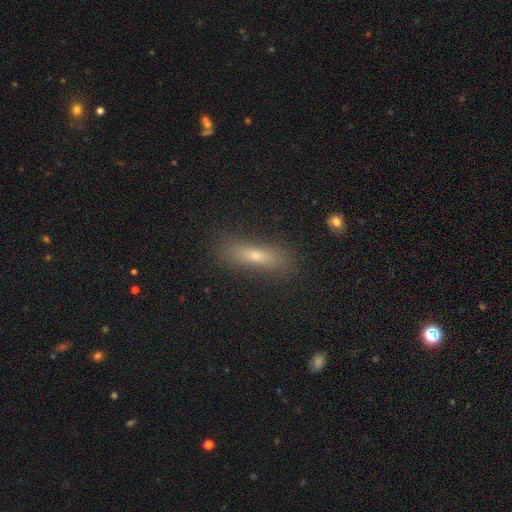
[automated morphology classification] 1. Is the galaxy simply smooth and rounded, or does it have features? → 62% smooth, 27% featured or disk, 11% star or artifact.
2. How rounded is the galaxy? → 74% cigar-shaped, 23% in between, 3% round.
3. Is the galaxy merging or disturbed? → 83% none, 12% minor disturbance, 4% major disturbance, 2% merger.